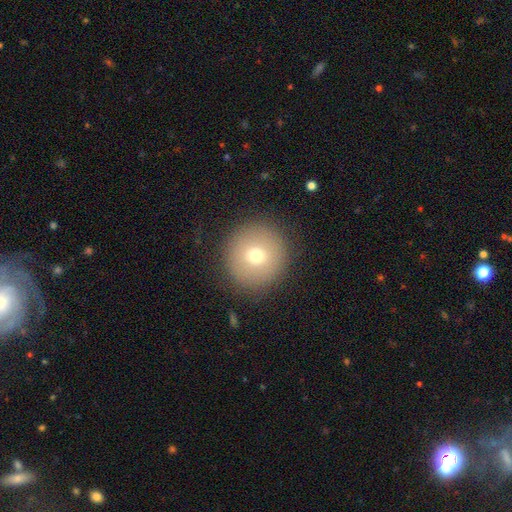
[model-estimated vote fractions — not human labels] Q: Smooth or featured?
A: smooth (71%); runner-up: featured or disk (17%)
Q: How rounded?
A: round (95%); runner-up: in between (4%)
Q: Merging?
A: none (89%); runner-up: minor disturbance (6%)